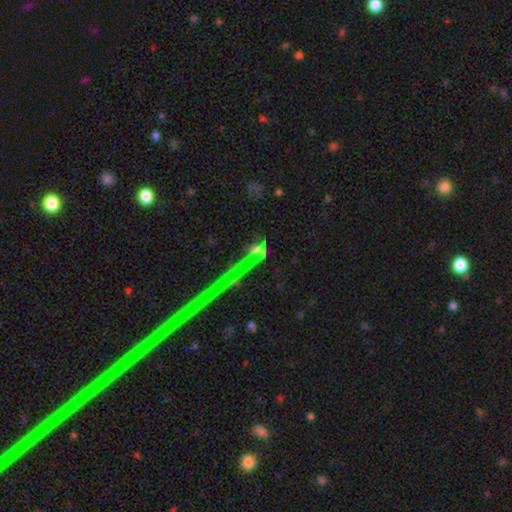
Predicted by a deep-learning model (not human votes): Q: Smooth or featured?
A: star or artifact (48%); runner-up: smooth (26%)